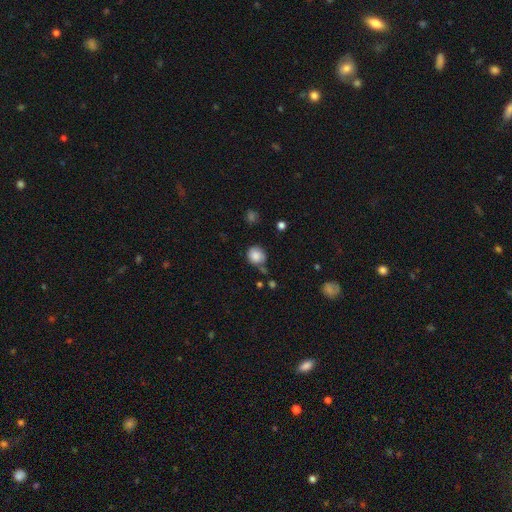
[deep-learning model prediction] A smooth galaxy with no disk features (86%) that is round (80%). Merging: none (65%).